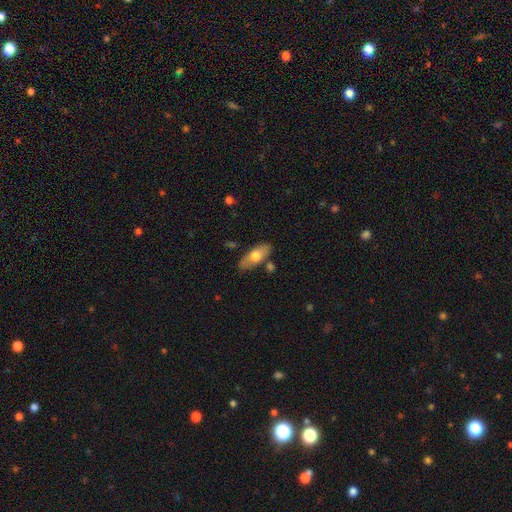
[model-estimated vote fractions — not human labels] smooth_or_featured: smooth (p=0.63) [alt: featured or disk p=0.31]
how_rounded: in between (p=0.81) [alt: cigar-shaped p=0.16]
merging: none (p=0.78) [alt: minor disturbance p=0.13]